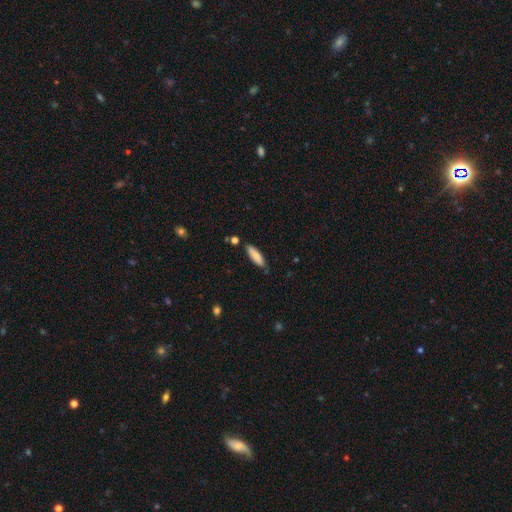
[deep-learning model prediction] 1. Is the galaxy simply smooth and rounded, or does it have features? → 82% smooth, 12% featured or disk, 6% star or artifact.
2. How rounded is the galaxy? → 60% cigar-shaped, 38% in between, 2% round.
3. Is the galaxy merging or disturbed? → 80% none, 15% minor disturbance, 3% merger, 2% major disturbance.